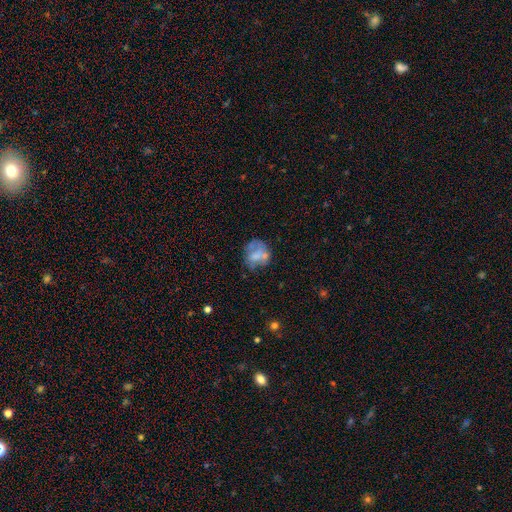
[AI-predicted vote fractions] This appears to be a smooth galaxy with no disk features (48%). Merging: none (46%).